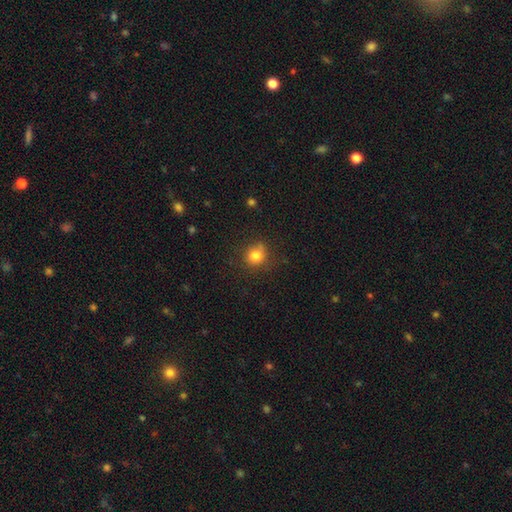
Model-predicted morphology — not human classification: Smooth or featured? smooth (81%)
How rounded? round (85%)
Merging? none (75%)